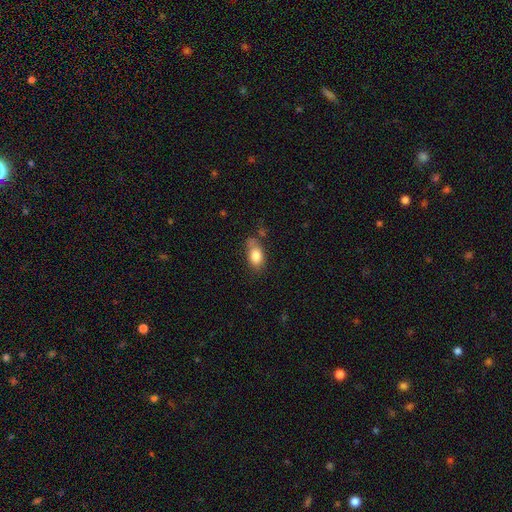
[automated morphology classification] This is clearly a smooth galaxy (83%). How rounded: clearly in between (85%). Merging: possibly none (56%).